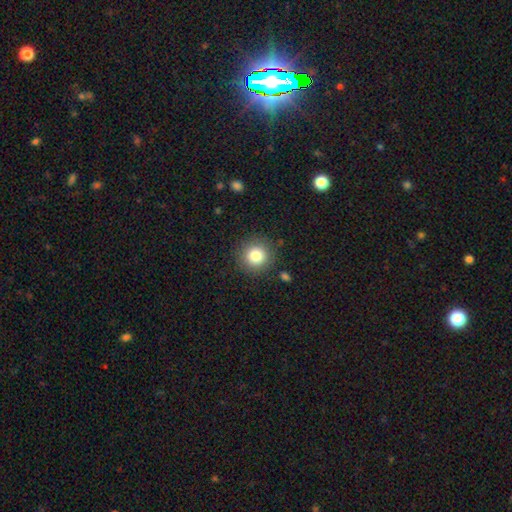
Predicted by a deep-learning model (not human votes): This appears to be a smooth galaxy with no disk features (82%) that is round (94%). Merging: none (88%).